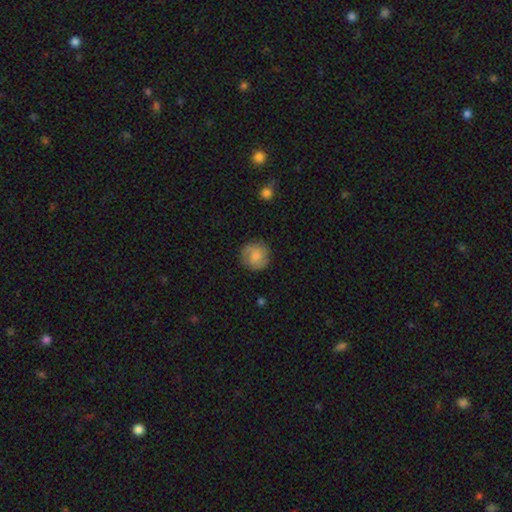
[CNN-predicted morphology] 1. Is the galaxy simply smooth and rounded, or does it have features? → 62% smooth, 30% featured or disk, 8% star or artifact.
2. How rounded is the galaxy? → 91% round, 8% in between, 1% cigar-shaped.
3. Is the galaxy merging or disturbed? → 83% none, 12% minor disturbance, 3% major disturbance, 1% merger.